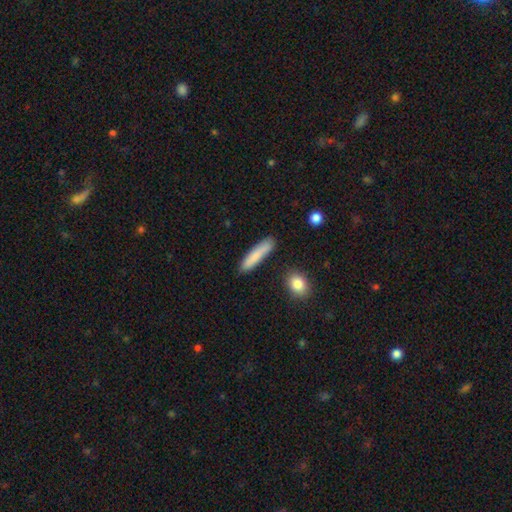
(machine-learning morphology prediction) Smooth or featured: smooth — 82% (featured or disk — 12%)
How rounded: cigar-shaped — 86% (in between — 12%)
Merging: none — 85% (minor disturbance — 10%)